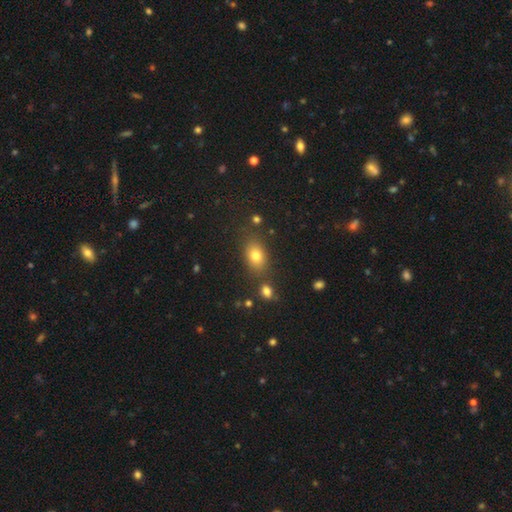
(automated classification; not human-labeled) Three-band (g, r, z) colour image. It shows a smooth galaxy with no disk features (78%) that is in between round and cigar-shaped (74%). Merging: none (76%).